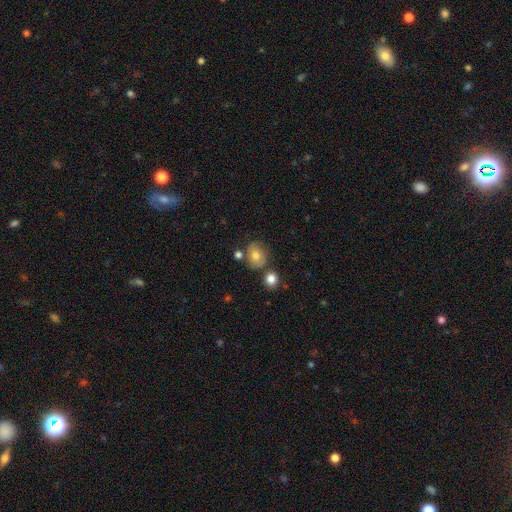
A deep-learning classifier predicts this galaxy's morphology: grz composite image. It shows a smooth galaxy with no disk features (69%) that is round (60%). Merging: none (66%).